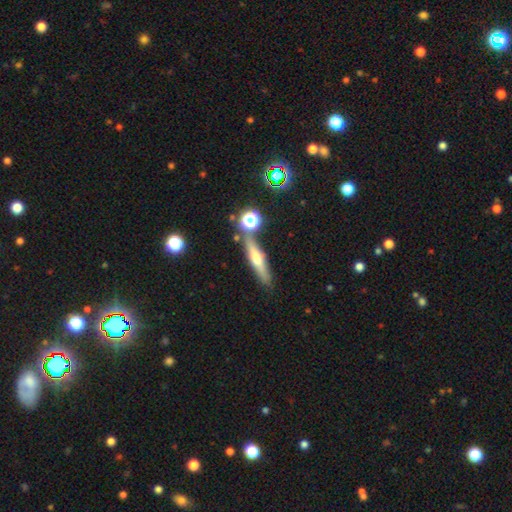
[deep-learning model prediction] The model was most divided on "smooth or featured": featured or disk: 52%, smooth: 36%, star or artifact: 12%. More confident: edge-on disk — yes (93%); merging — none (78%).